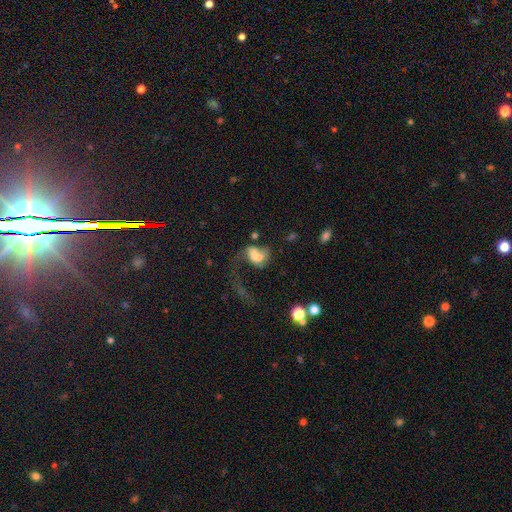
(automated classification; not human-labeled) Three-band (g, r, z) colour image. It shows a smooth galaxy with no disk features (48%). Merging: major disturbance (49%).